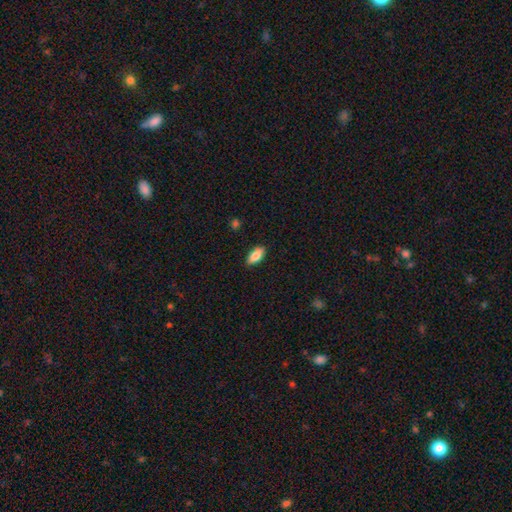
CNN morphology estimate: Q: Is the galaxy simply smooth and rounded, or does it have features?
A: smooth — 83%.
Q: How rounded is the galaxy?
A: in between — 88%.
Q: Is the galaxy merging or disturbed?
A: none — 87%.